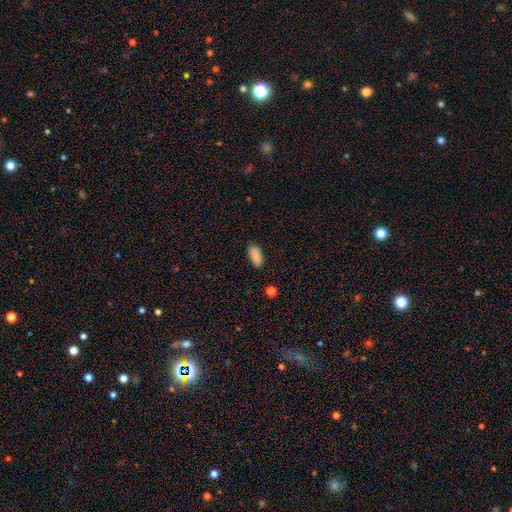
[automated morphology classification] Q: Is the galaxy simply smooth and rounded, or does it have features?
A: smooth — 89%.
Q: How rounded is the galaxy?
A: in between — 87%.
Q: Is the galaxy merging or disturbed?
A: none — 86%.